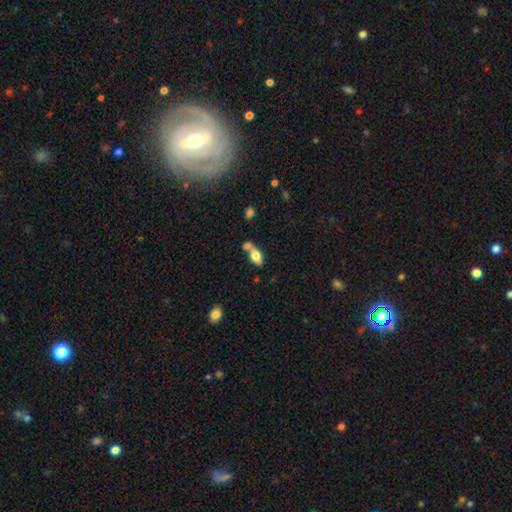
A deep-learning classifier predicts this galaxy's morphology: The model was most divided on "merging": none: 42%, merger: 41%, minor disturbance: 12%, major disturbance: 5%. More confident: how rounded — in between (84%); smooth or featured — smooth (68%).